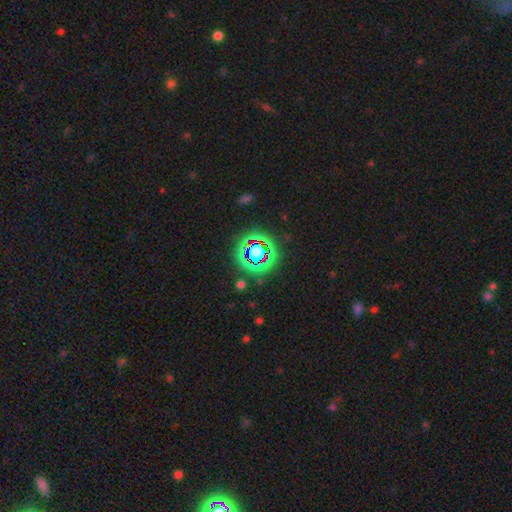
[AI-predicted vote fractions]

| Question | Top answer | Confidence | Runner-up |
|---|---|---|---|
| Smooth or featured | star or artifact | 72% | smooth (18%) |